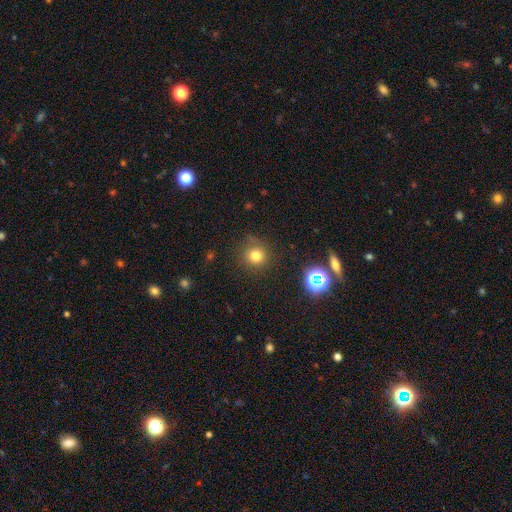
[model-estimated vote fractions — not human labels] smooth-or-featured: smooth: 75% | star or artifact: 17% | featured or disk: 8%
  how-rounded: round: 92% | in between: 7% | cigar-shaped: 1%
  merging: none: 78% | minor disturbance: 13% | major disturbance: 6% | merger: 2%